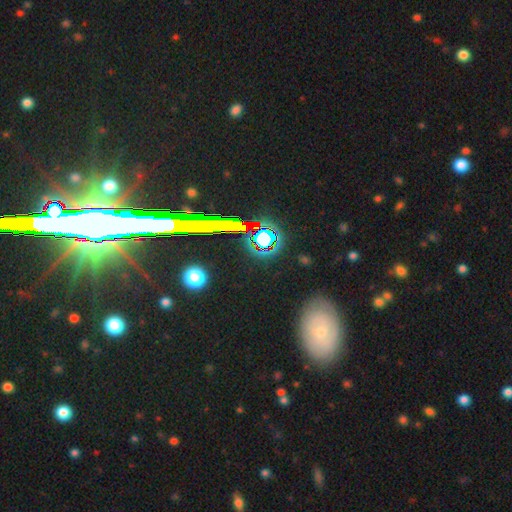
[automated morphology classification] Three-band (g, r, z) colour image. It shows a star or artifact, not a galaxy (54%).